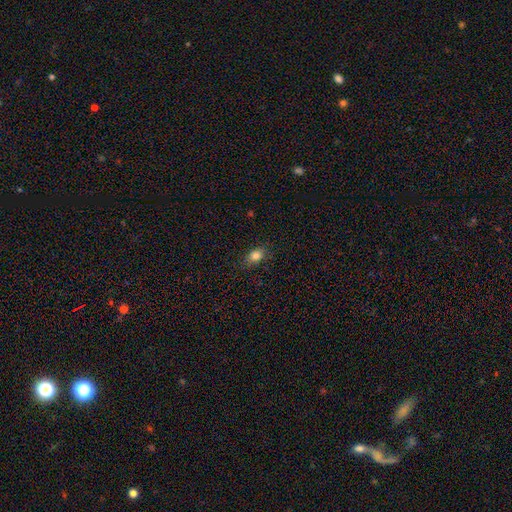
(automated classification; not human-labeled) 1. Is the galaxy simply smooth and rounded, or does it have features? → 82% smooth, 11% star or artifact, 7% featured or disk.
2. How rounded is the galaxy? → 72% in between, 25% round, 3% cigar-shaped.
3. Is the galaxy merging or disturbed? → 82% none, 14% minor disturbance, 3% major disturbance, 1% merger.